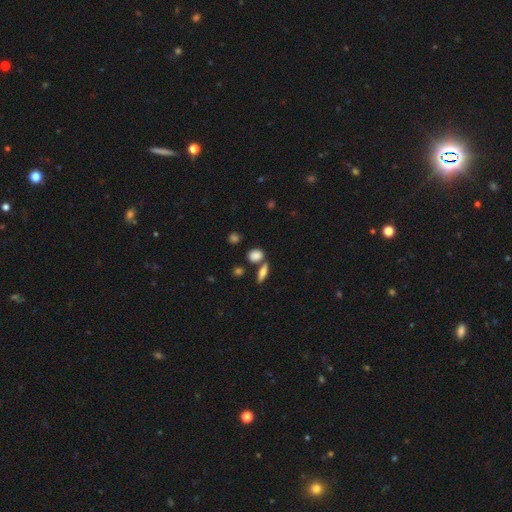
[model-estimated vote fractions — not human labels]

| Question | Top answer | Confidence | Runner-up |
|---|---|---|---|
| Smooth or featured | smooth | 82% | star or artifact (9%) |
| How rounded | in between | 54% | round (38%) |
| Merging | none | 69% | merger (16%) |